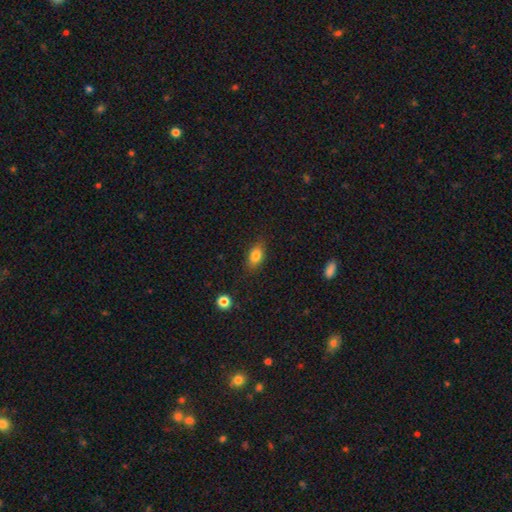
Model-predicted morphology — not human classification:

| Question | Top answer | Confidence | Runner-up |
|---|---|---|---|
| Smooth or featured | smooth | 80% | featured or disk (10%) |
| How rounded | in between | 83% | round (11%) |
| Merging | none | 82% | minor disturbance (14%) |